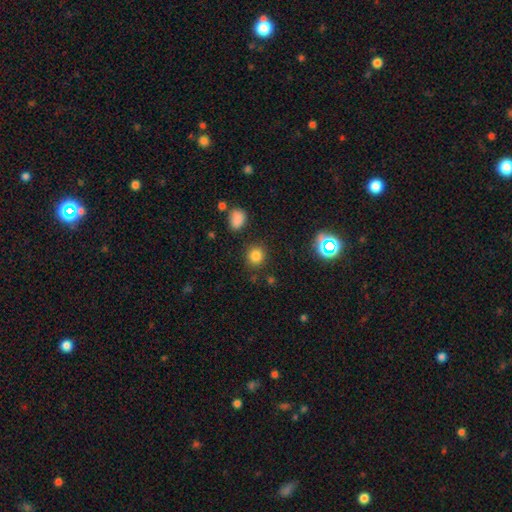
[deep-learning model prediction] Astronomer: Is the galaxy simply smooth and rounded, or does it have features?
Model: smooth — 80%.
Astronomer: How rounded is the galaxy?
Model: round — 86%.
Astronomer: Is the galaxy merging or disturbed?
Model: none — 87%.